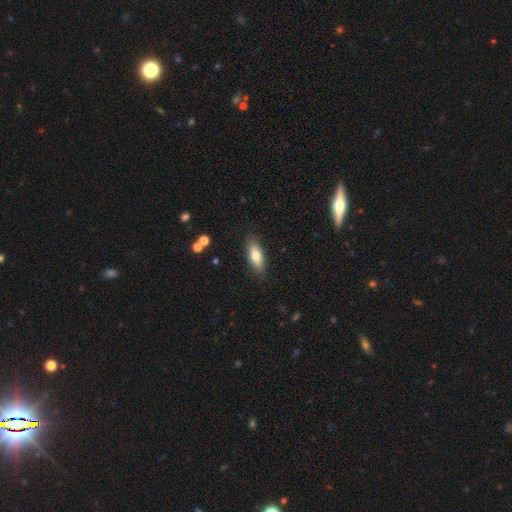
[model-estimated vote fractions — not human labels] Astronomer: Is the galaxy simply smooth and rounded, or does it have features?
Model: smooth — 78%.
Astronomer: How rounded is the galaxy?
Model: in between — 69%.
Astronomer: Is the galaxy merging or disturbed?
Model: none — 86%.